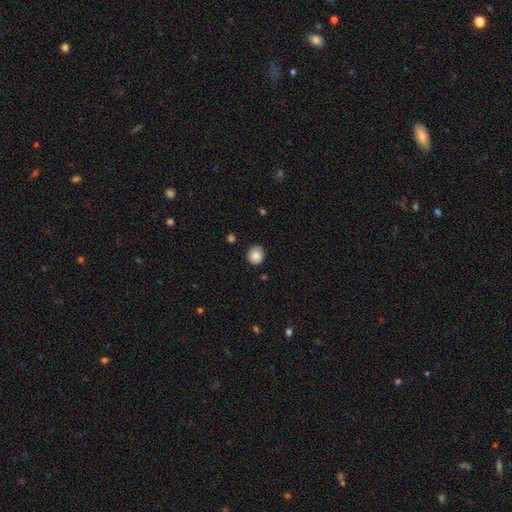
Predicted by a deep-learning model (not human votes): This appears to be a smooth galaxy with no disk features (86%) that is round (83%). Merging: none (78%).